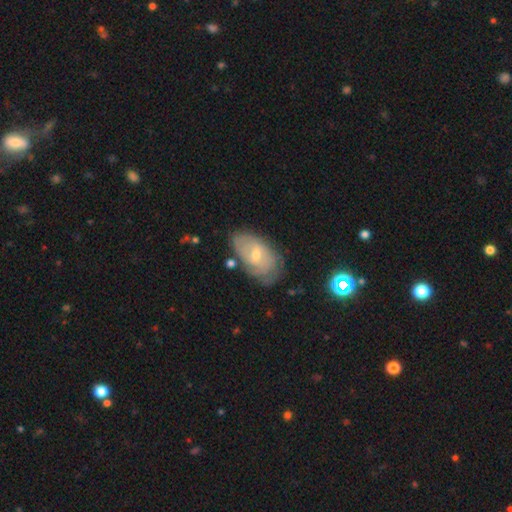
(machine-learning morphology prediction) The model was most divided on "bulge size": small: 55%, moderate: 41%, none: 1%, large: 1%, dominant: 1%. More confident: edge-on disk — no (93%); spiral arms — yes (72%); merging — none (66%); smooth or featured — featured or disk (60%); bar — no (54%).